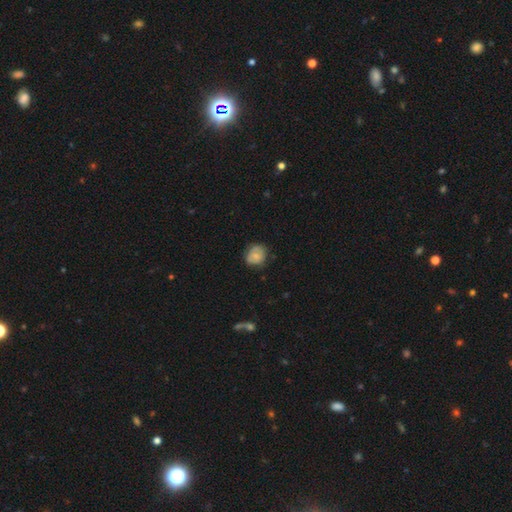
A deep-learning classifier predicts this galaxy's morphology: A smooth galaxy with no disk features (66%) that is round (75%).

Vote fractions:
- Smooth or featured? smooth: 66% / featured or disk: 26% / star or artifact: 8%
- How rounded? round: 75% / in between: 24% / cigar-shaped: 1%
- Merging? none: 67% / minor disturbance: 26% / major disturbance: 6% / merger: 1%